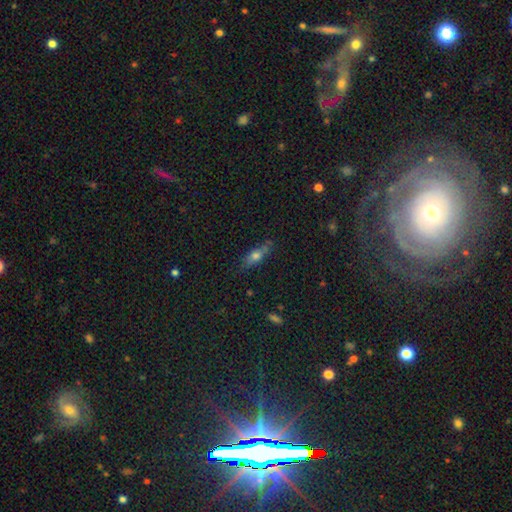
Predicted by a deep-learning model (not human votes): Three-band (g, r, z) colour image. It shows a smooth galaxy with no disk features (61%) that is in between round and cigar-shaped (57%). Merging: none (71%).